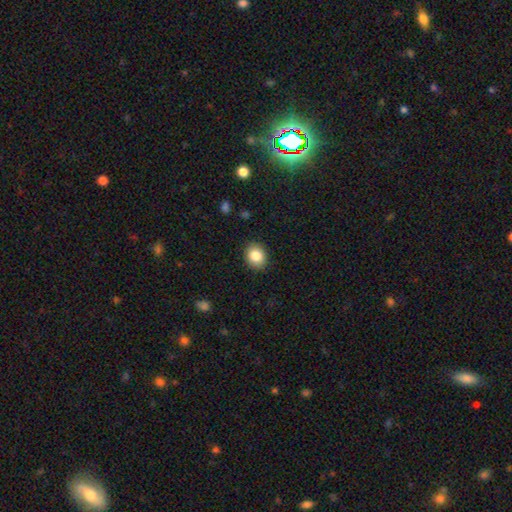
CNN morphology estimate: The model was most divided on "how rounded": round: 56%, in between: 44%, cigar-shaped: 1%. More confident: merging — none (89%); smooth or featured — smooth (85%).